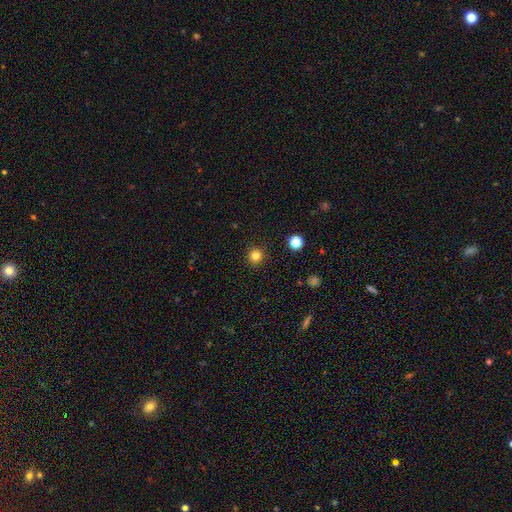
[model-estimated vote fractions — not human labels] Smooth or featured: smooth — 81% (star or artifact — 14%)
How rounded: round — 94% (in between — 5%)
Merging: none — 91% (minor disturbance — 6%)